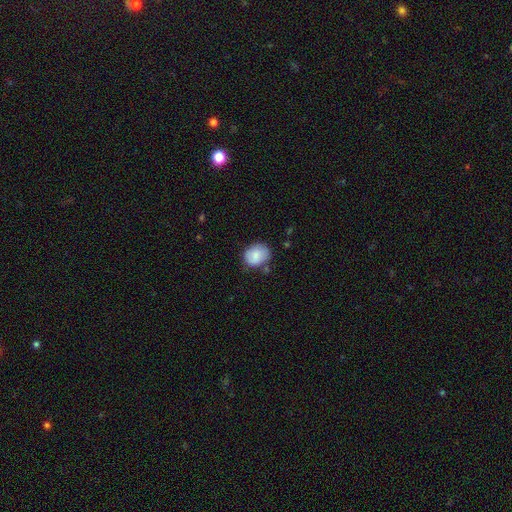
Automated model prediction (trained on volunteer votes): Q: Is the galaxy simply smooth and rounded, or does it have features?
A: smooth — 81%.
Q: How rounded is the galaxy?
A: round — 52%.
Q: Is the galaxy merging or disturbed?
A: none — 68%.